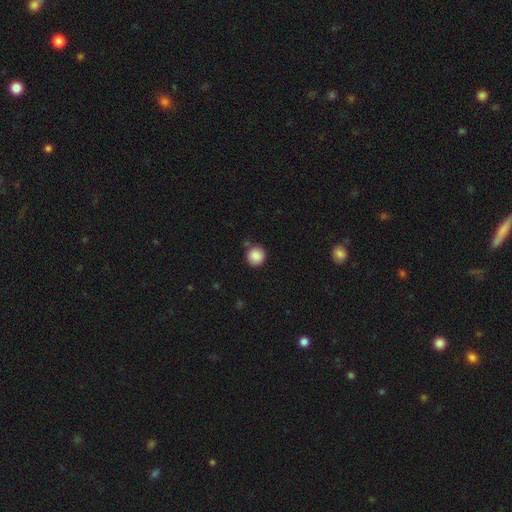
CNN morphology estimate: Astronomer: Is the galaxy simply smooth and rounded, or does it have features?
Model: smooth — 88%.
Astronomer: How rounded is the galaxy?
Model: round — 93%.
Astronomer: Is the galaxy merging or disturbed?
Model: none — 82%.